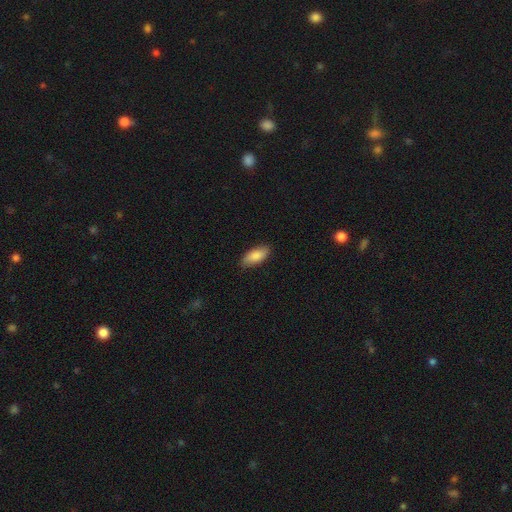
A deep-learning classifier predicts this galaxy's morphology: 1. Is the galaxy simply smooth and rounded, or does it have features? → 86% smooth, 8% featured or disk, 6% star or artifact.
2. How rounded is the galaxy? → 85% in between, 13% cigar-shaped, 2% round.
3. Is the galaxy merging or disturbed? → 86% none, 11% minor disturbance, 2% major disturbance, 1% merger.